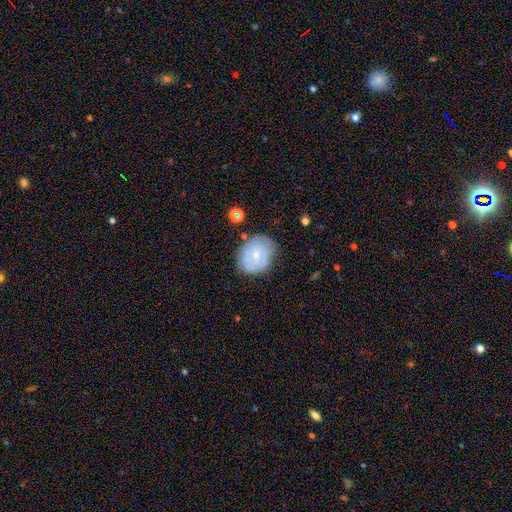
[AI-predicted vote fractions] smooth 48%, featured or disk 44%, star or artifact 8%. Down the decision tree: merging — none (71%).